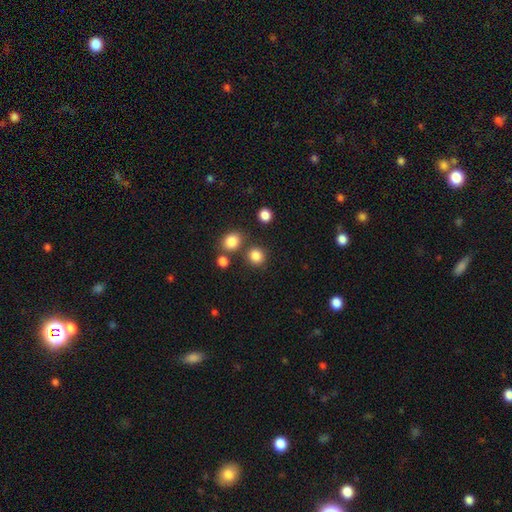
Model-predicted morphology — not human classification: Smooth or featured? Predicted: smooth (p=0.84). How rounded? Predicted: round (p=0.87). Merging? Predicted: none (p=0.79).